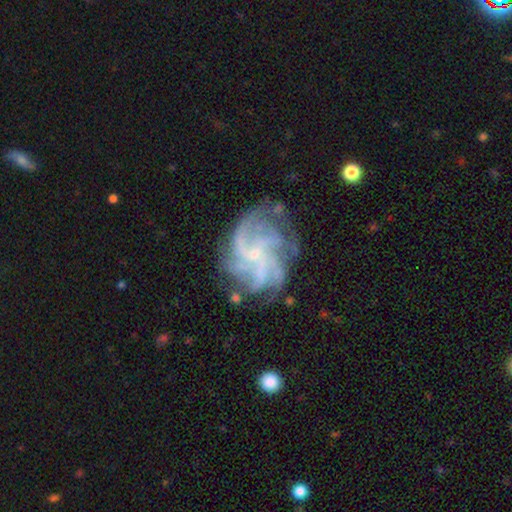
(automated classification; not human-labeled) Smooth or featured: featured or disk — 84% (star or artifact — 9%)
Edge-on disk: no — 98% (yes — 2%)
Bar: no — 60% (weak — 33%)
Spiral arms: yes — 96% (no — 4%)
Spiral winding: medium — 44% (tight — 36%)
Spiral arm count: 4 — 38% (more than 4 — 22%)
Bulge size: small — 76% (moderate — 11%)
Merging: none — 67% (minor disturbance — 18%)